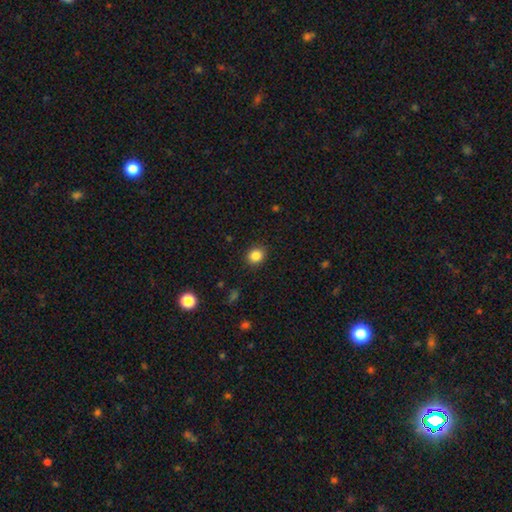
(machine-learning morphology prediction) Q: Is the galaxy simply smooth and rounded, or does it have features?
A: smooth — 85%.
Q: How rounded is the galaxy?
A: round — 72%.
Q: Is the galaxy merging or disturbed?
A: none — 89%.